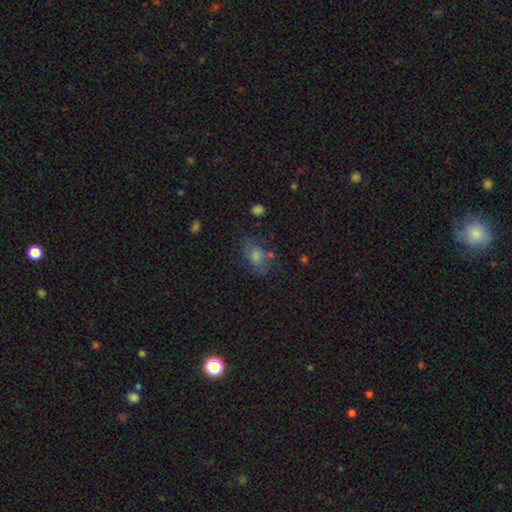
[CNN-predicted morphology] A smooth galaxy with no disk features (61%) that is in between round and cigar-shaped (74%). Merging: none (66%).